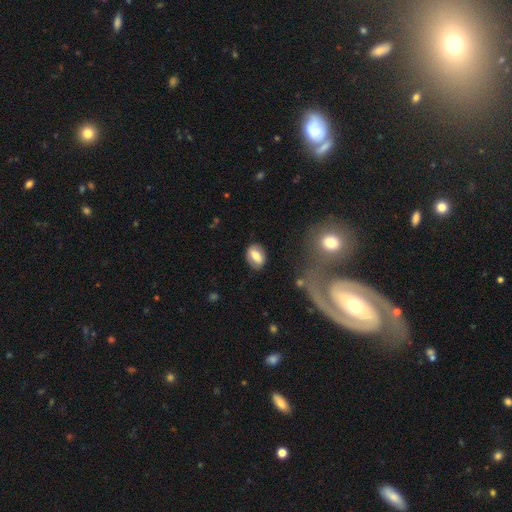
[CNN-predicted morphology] This appears to be a smooth galaxy with no disk features (65%) that is in between round and cigar-shaped (77%). Merging: none (82%).